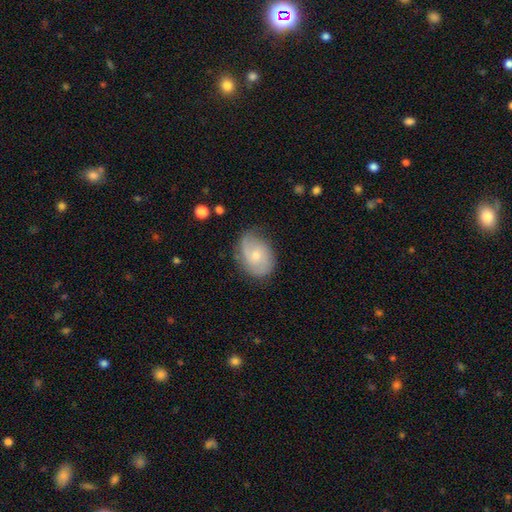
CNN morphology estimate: Smooth or featured? Predicted: featured or disk (p=0.52). Edge-on disk? Predicted: no (p=0.96). Bar? Predicted: no (p=0.71). Spiral arms? Predicted: yes (p=0.81). Bulge size? Predicted: small (p=0.56). Merging? Predicted: none (p=0.68).